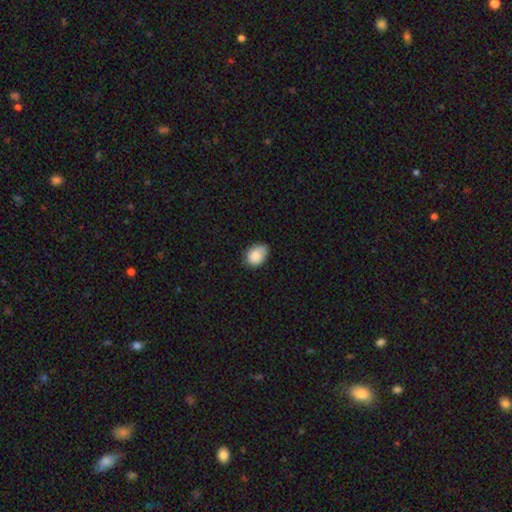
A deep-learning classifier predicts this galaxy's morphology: Overall: smooth (85%). How rounded: in between (74%). Merging: none (69%).